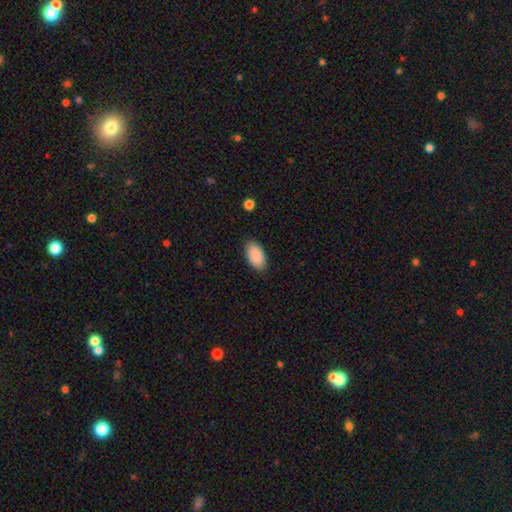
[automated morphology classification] Smooth or featured?
  - smooth: 90% *
  - star or artifact: 6%
  - featured or disk: 4%
How rounded?
  - in between: 95% *
  - round: 3%
  - cigar-shaped: 2%
Merging?
  - none: 85% *
  - minor disturbance: 11%
  - major disturbance: 2%
  - merger: 1%